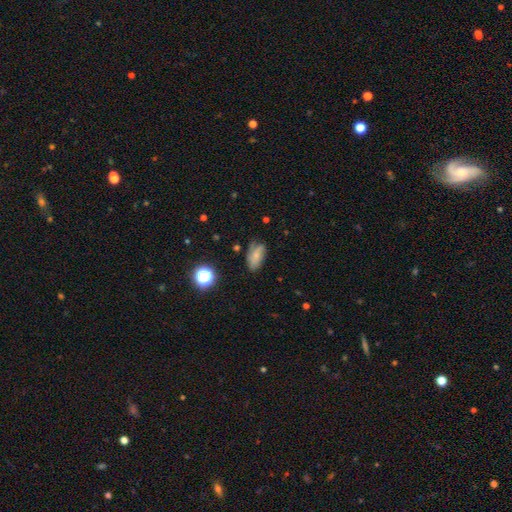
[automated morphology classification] This appears to be a smooth galaxy with no disk features (58%) that is in between round and cigar-shaped (87%). Merging: none (55%).